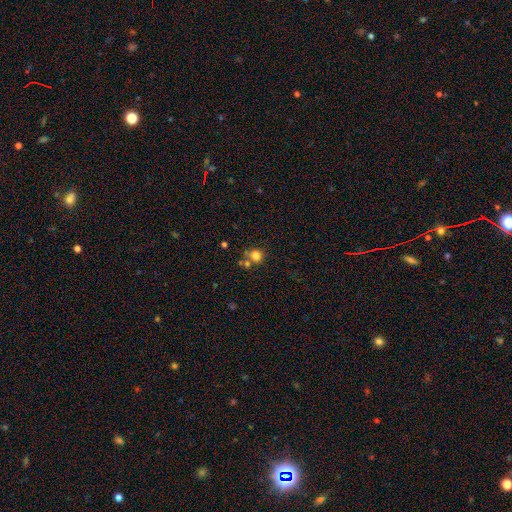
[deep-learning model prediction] Overall: smooth (78%). How rounded: round (78%). Merging: none (55%; merger 27%).